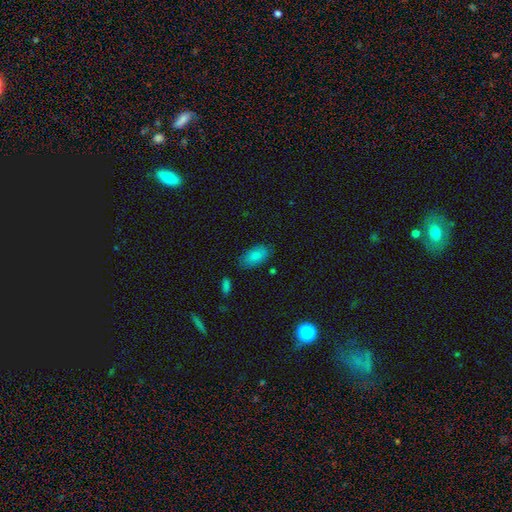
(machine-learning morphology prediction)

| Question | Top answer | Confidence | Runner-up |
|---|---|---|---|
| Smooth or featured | smooth | 85% | featured or disk (8%) |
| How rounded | in between | 93% | cigar-shaped (4%) |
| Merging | none | 79% | minor disturbance (15%) |